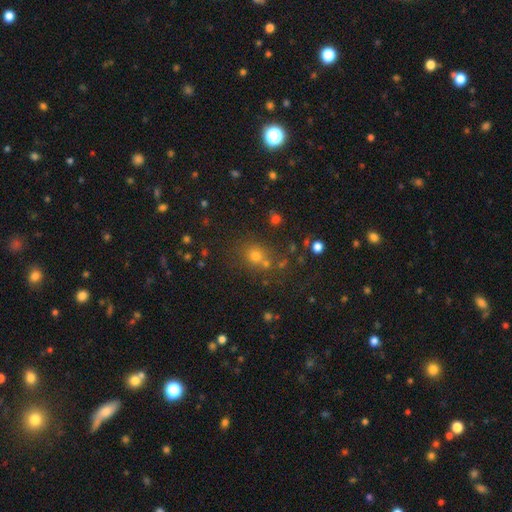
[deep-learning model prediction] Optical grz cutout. It shows a smooth galaxy with no disk features (64%) that is round (77%). Merging: none (65%).